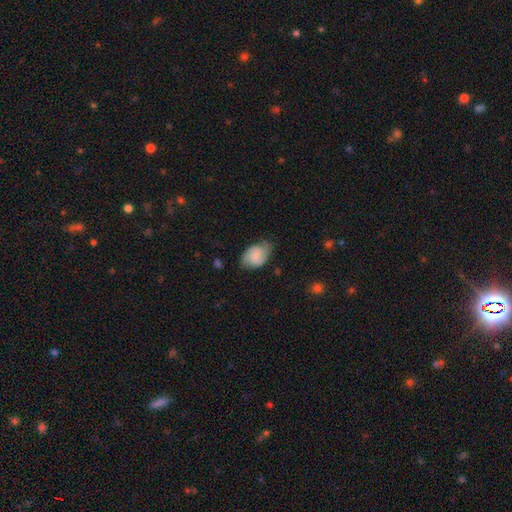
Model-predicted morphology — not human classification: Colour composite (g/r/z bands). It shows a smooth galaxy with no disk features (52%) that is in between round and cigar-shaped (86%). Merging: none (64%).